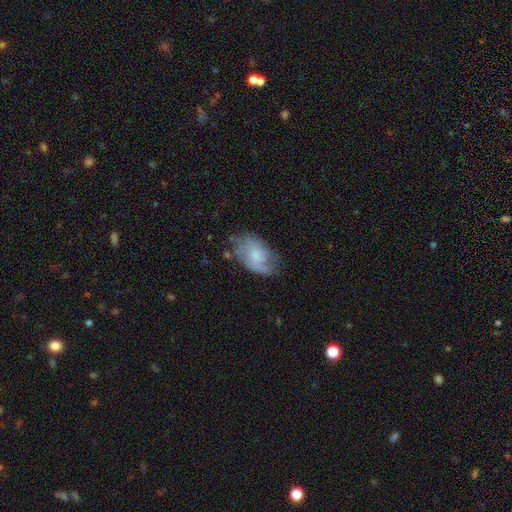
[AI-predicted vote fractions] Smooth or featured? Predicted: featured or disk (p=0.49). Merging? Predicted: none (p=0.56).